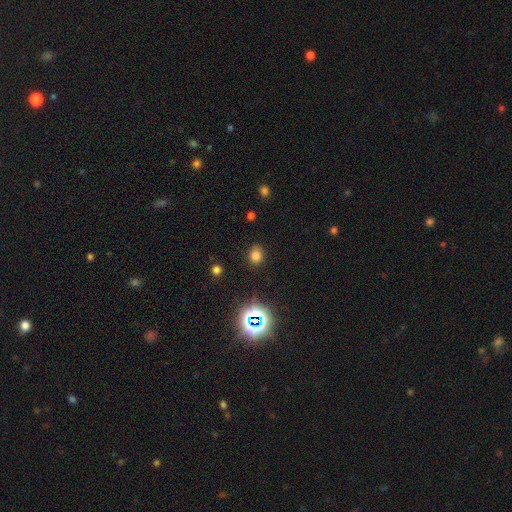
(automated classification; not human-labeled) This appears to be a smooth galaxy with no disk features (74%) that is round (66%). Merging: none (85%).